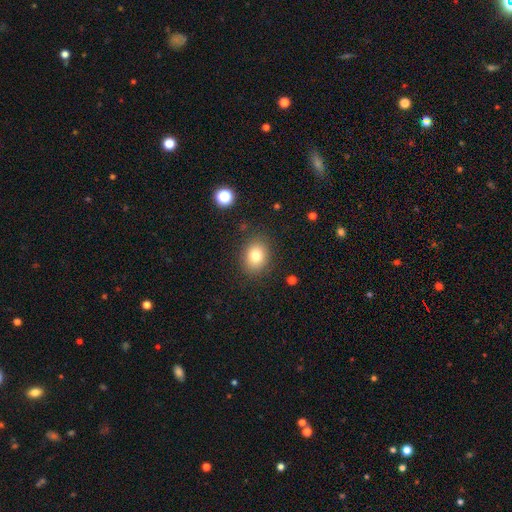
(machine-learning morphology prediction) This appears to be a smooth galaxy with no disk features (80%) that is round (52%). Merging: none (86%).